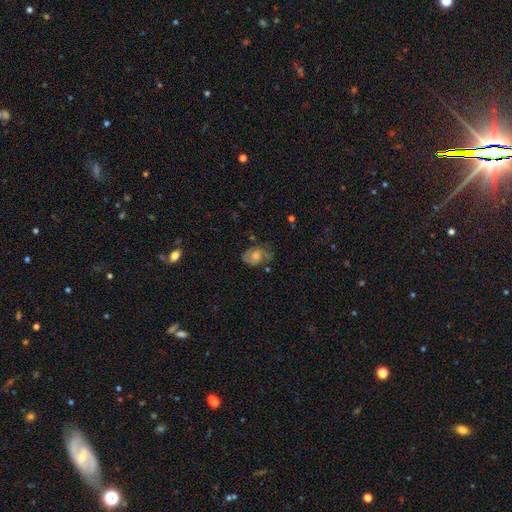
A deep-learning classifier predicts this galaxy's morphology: A featured or disk galaxy (50%). Merging: none (64%).